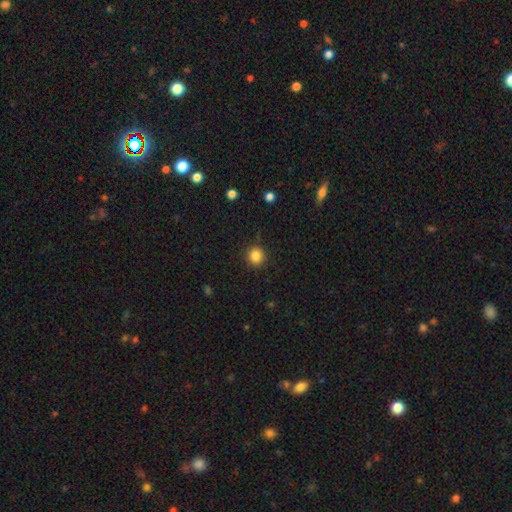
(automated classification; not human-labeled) Smooth or featured? Predicted: smooth (p=0.85). How rounded? Predicted: round (p=0.92). Merging? Predicted: none (p=0.90).